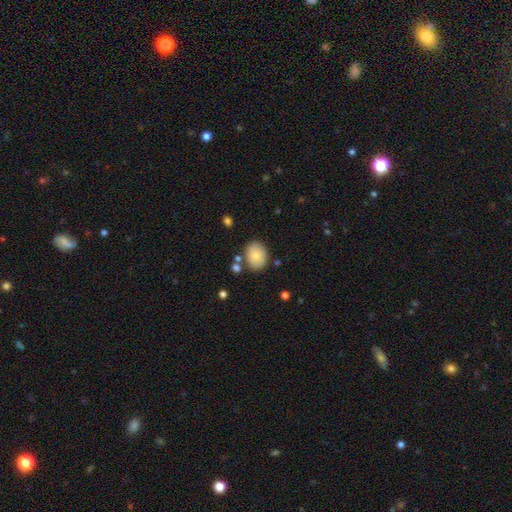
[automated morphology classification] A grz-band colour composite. It shows a smooth galaxy with no disk features (77%) that is in between round and cigar-shaped (67%). Merging: none (80%).